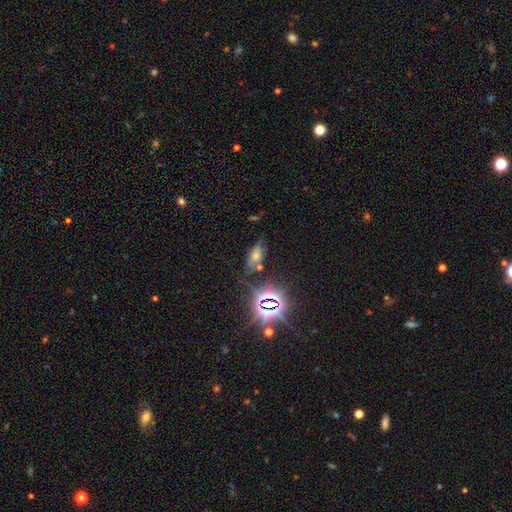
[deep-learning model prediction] Morphology: type=star or artifact (47%).